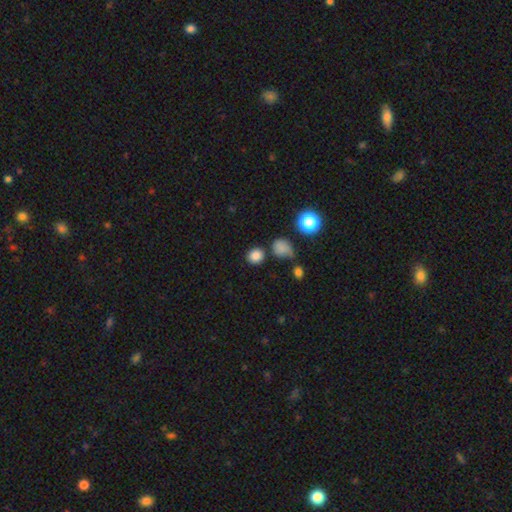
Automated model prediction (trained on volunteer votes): Q: Smooth or featured?
A: smooth (83%); runner-up: star or artifact (13%)
Q: How rounded?
A: round (81%); runner-up: in between (18%)
Q: Merging?
A: none (78%); runner-up: minor disturbance (11%)